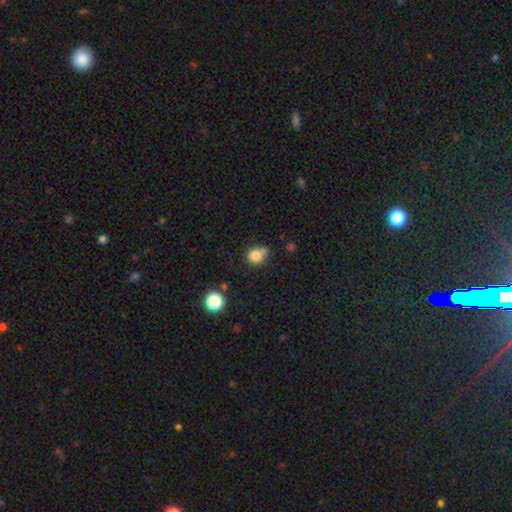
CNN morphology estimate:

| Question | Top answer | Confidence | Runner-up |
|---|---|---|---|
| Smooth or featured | smooth | 81% | star or artifact (12%) |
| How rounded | round | 80% | in between (19%) |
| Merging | none | 53% | minor disturbance (21%) |